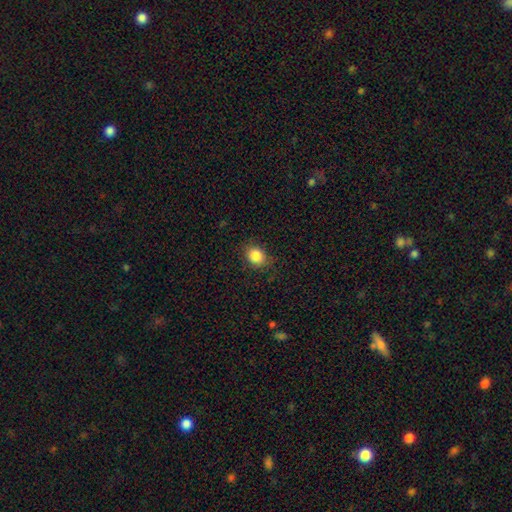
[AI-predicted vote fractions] Smooth or featured: smooth — 86% (star or artifact — 10%)
How rounded: round — 60% (in between — 39%)
Merging: none — 82% (minor disturbance — 13%)